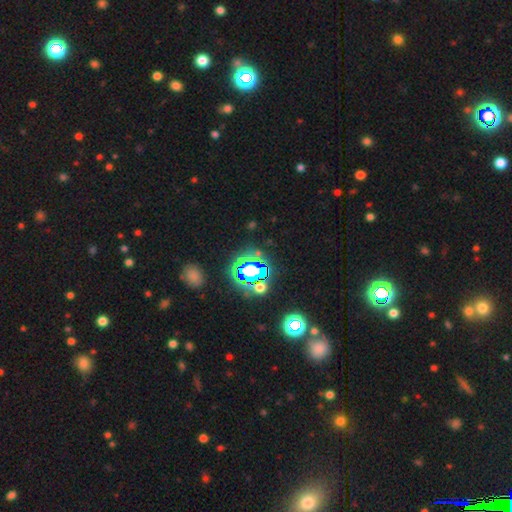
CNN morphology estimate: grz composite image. It shows a star or artifact, not a galaxy (71%).